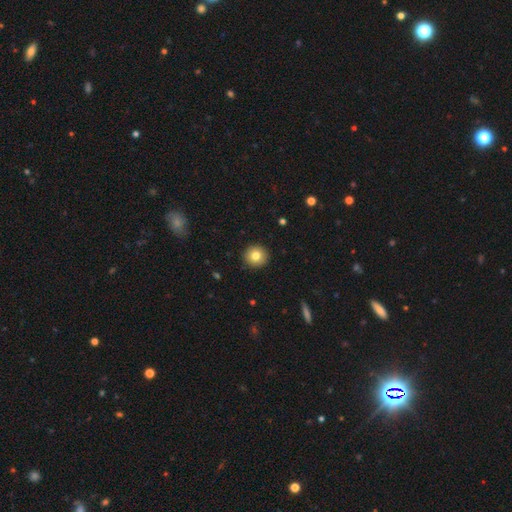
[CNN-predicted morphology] smooth-or-featured: smooth: 80% | featured or disk: 10% | star or artifact: 10%
  how-rounded: round: 94% | in between: 5% | cigar-shaped: 1%
  merging: none: 92% | minor disturbance: 5% | major disturbance: 2% | merger: 1%